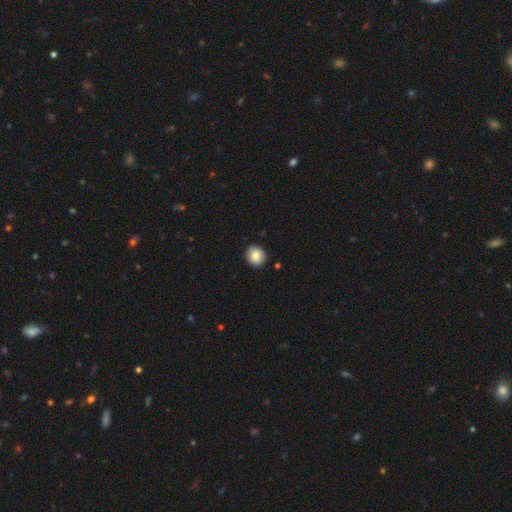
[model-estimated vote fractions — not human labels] smooth 85%, star or artifact 8%, featured or disk 6%. Down the decision tree: how rounded — round (83%); merging — none (89%).